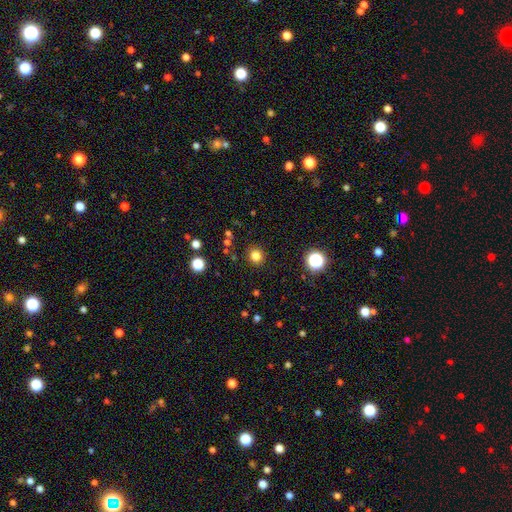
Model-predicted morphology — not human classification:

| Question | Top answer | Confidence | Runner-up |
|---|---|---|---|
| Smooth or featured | smooth | 82% | star or artifact (14%) |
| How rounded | round | 90% | in between (9%) |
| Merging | none | 90% | minor disturbance (6%) |